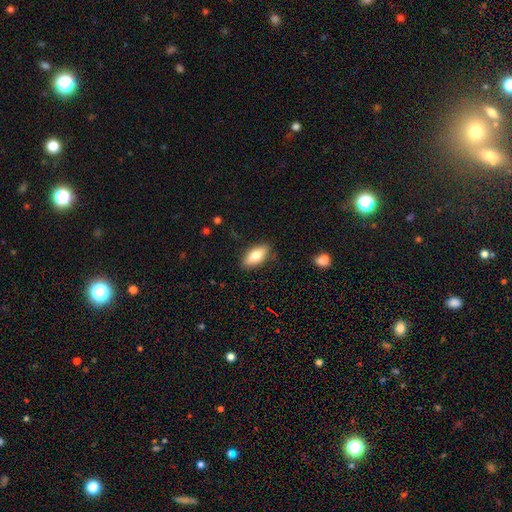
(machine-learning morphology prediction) Q: Smooth or featured?
A: smooth (74%); runner-up: featured or disk (19%)
Q: How rounded?
A: in between (81%); runner-up: cigar-shaped (16%)
Q: Merging?
A: none (84%); runner-up: minor disturbance (12%)